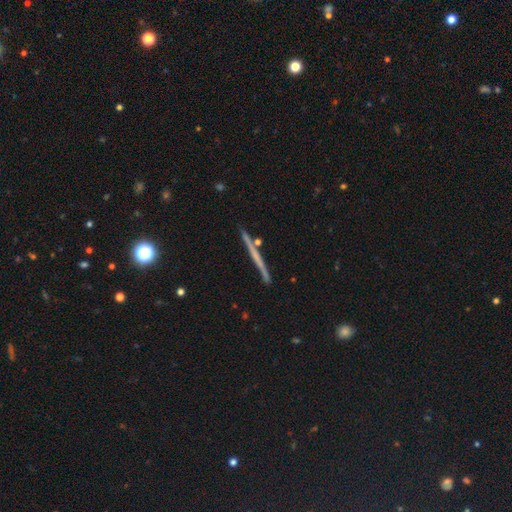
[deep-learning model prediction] featured or disk 61%, smooth 32%, star or artifact 7%. Down the decision tree: edge-on disk — yes (97%); edge-on bulge — none (79%); merging — none (89%).